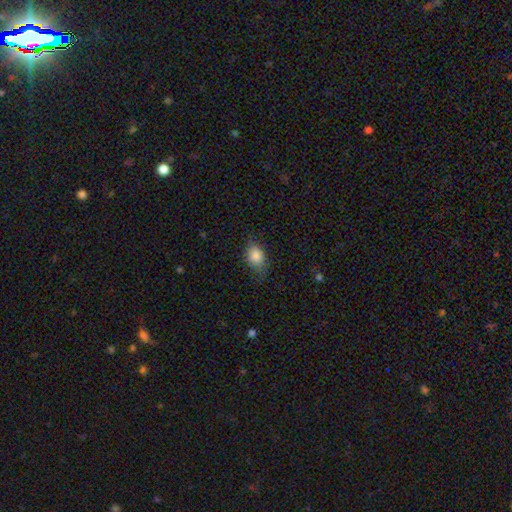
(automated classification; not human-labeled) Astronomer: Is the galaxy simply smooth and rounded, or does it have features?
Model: smooth — 84%.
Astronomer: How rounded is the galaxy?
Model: in between — 75%.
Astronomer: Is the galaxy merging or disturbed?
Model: none — 67%.